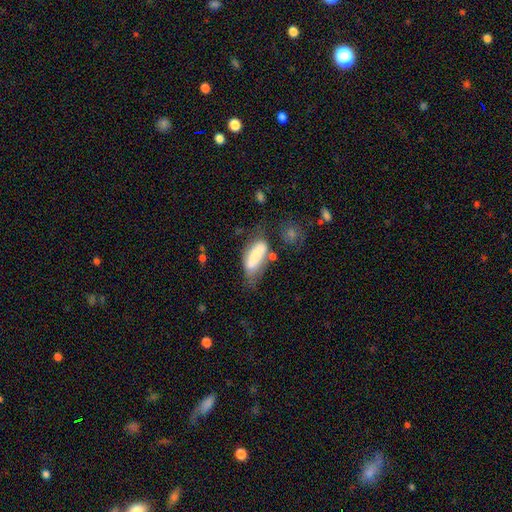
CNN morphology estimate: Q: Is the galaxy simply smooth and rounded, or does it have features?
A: smooth — 68%.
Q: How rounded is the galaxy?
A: in between — 71%.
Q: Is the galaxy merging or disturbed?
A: none — 37%.